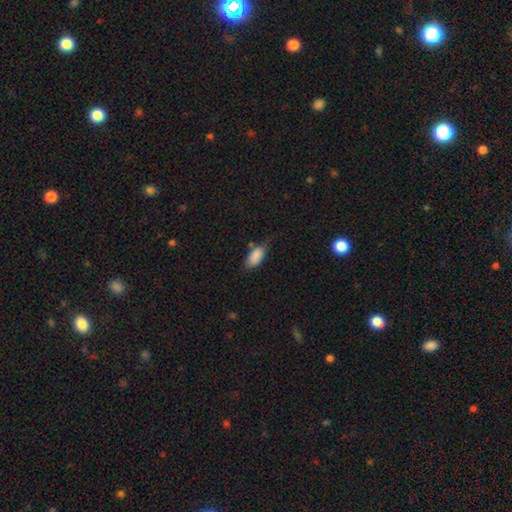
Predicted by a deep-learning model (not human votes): smooth-or-featured: smooth: 86% | star or artifact: 7% | featured or disk: 7%
  how-rounded: in between: 90% | cigar-shaped: 6% | round: 3%
  merging: none: 49% | minor disturbance: 36% | major disturbance: 10% | merger: 5%